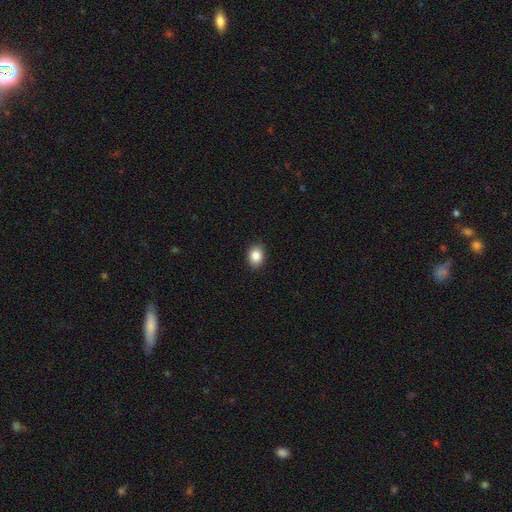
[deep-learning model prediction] This appears to be a smooth galaxy with no disk features (87%) that is in between round and cigar-shaped (60%). Merging: none (90%).